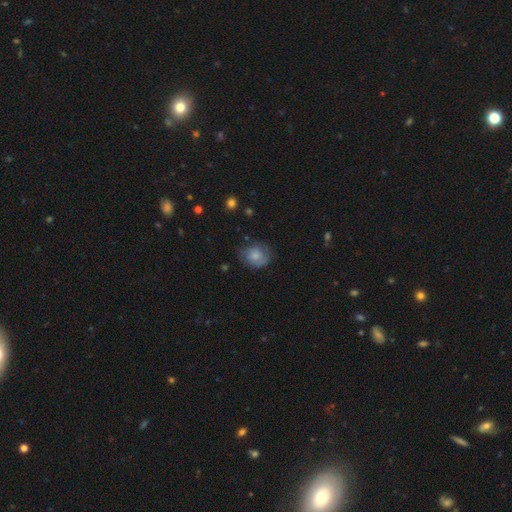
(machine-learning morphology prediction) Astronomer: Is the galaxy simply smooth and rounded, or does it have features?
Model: smooth — 70%.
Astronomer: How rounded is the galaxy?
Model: round — 65%.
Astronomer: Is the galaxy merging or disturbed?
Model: none — 64%.